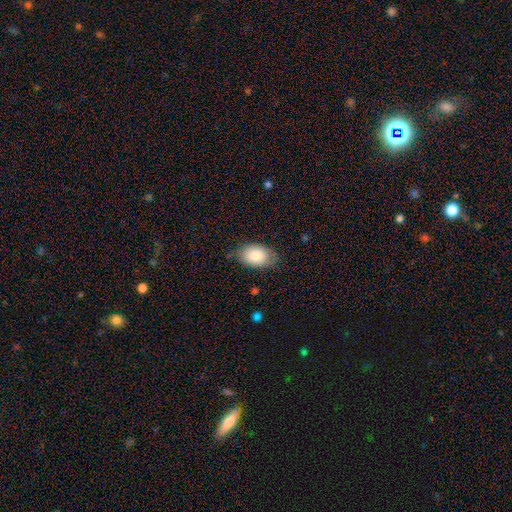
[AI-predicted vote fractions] Q: Smooth or featured?
A: smooth (84%); runner-up: featured or disk (10%)
Q: How rounded?
A: in between (89%); runner-up: round (10%)
Q: Merging?
A: none (77%); runner-up: minor disturbance (18%)